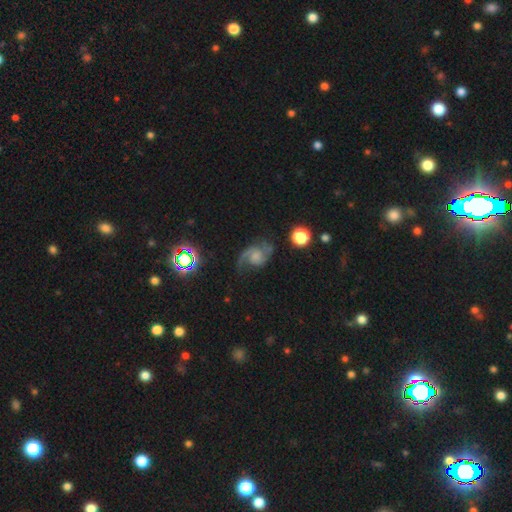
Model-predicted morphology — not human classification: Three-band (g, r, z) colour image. It shows a featured or disk galaxy (83%) with no bar (64%), 2 (85%) medium (46%) spiral arms (97%) and no central bulge (32%). Merging: none (60%).